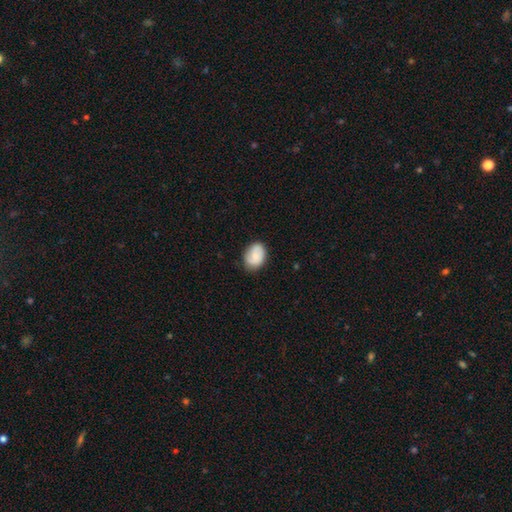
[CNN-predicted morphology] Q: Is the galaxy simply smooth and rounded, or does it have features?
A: smooth — 80%.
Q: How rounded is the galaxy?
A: in between — 73%.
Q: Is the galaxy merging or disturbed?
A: none — 78%.